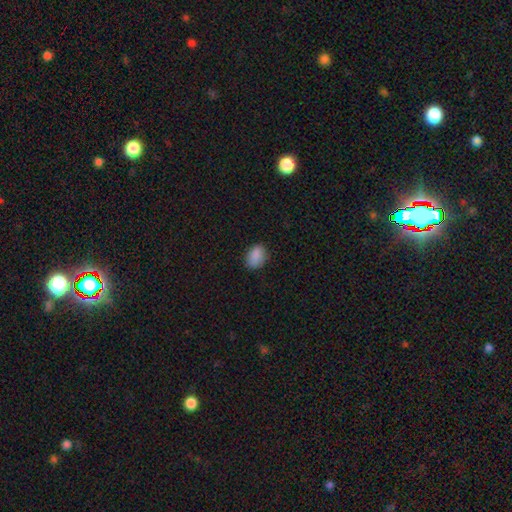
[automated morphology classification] This is clearly a smooth galaxy (87%). How rounded: likely in between (76%). Merging: likely none (80%).